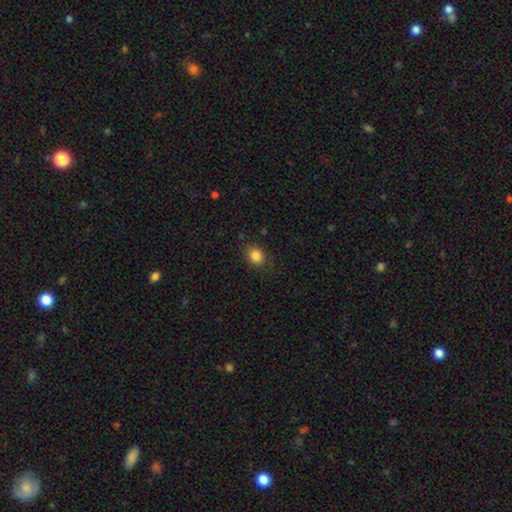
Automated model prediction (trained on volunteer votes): smooth 86%, star or artifact 10%, featured or disk 4%. Down the decision tree: how rounded — round (54%); merging — none (84%).